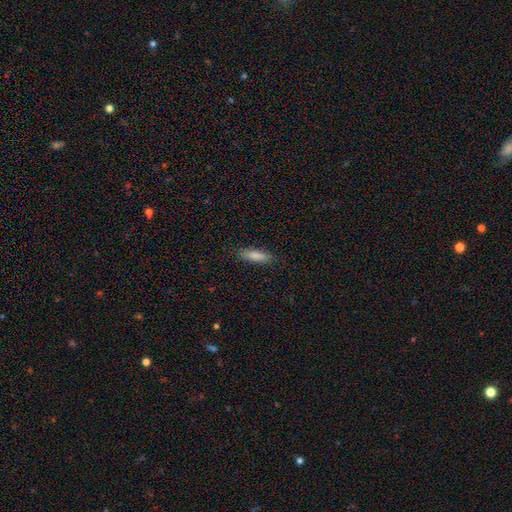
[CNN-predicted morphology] The model was most divided on "how rounded": cigar-shaped: 53%, in between: 46%, round: 2%. More confident: smooth or featured — smooth (85%); merging — none (84%).